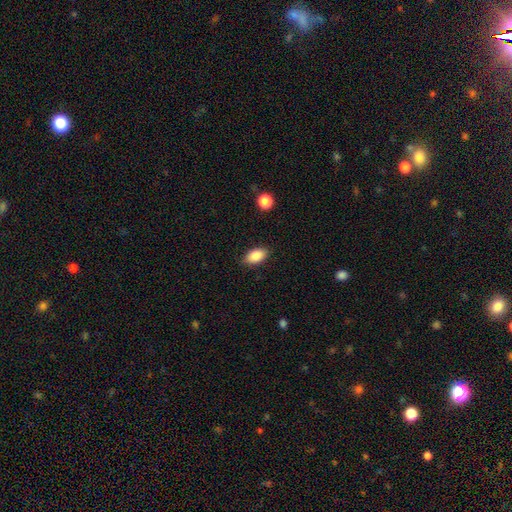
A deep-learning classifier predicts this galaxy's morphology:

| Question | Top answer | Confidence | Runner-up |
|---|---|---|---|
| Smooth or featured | smooth | 87% | star or artifact (8%) |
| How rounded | in between | 91% | round (6%) |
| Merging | none | 86% | minor disturbance (10%) |